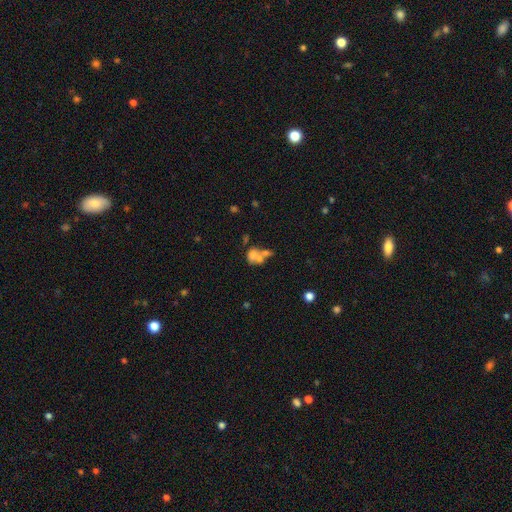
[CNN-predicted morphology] Smooth or featured: smooth — 55% (featured or disk — 31%)
How rounded: in between — 49% (tied with round — 49%)
Merging: merger — 59% (none — 23%)